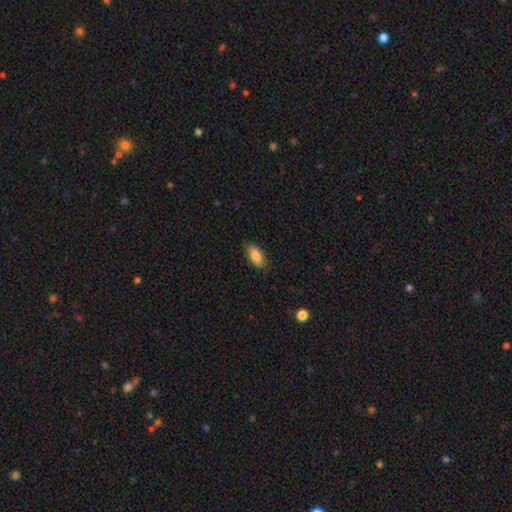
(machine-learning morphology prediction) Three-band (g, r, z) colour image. It shows a smooth galaxy with no disk features (85%) that is in between round and cigar-shaped (84%). Merging: none (85%).